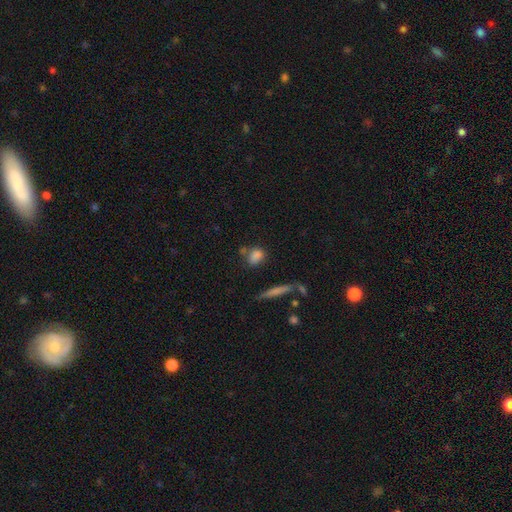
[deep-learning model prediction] Morphology: type=smooth (80%); roundness=in between (55%); merging=none (57%).